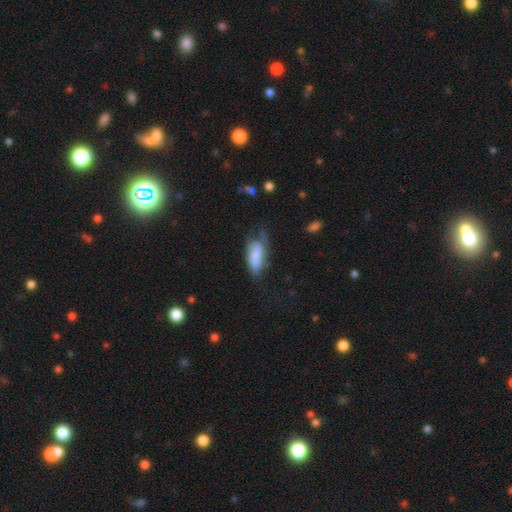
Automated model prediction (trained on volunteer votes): Overall: smooth (75%). How rounded: in between (81%). Merging: minor disturbance (36%; none 35%).